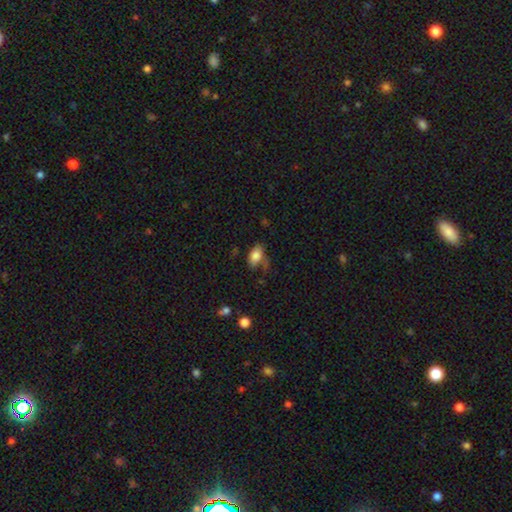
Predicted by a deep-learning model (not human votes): Smooth or featured: smooth — 81% (featured or disk — 11%)
How rounded: in between — 90% (round — 7%)
Merging: none — 46% (minor disturbance — 30%)